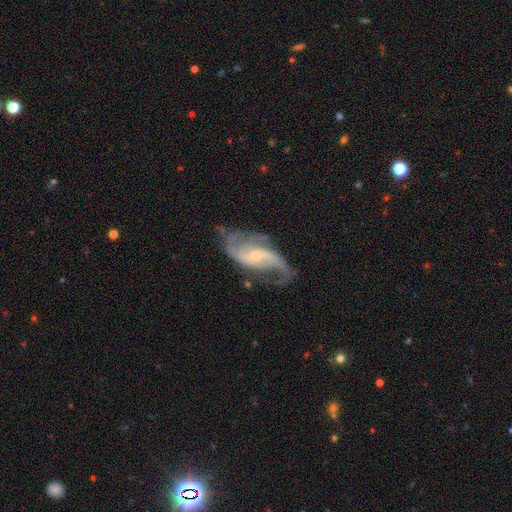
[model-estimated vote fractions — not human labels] smooth-or-featured: featured or disk: 89% | smooth: 5% | star or artifact: 5%
  disk-edge-on: no: 96% | yes: 4%
    bar: no: 40% | weak: 39% | strong: 20%
    has-spiral-arms: yes: 96% | no: 4%
      spiral-winding: medium: 48% | loose: 34% | tight: 18%
      spiral-arm-count: 2: 77% | 3: 8% | can't tell: 7% | 1: 3% | 4: 3% | more than 4: 2%
    bulge-size: small: 66% | moderate: 30% | large: 1% | none: 1% | dominant: 1%
  merging: none: 63% | minor disturbance: 21% | major disturbance: 14% | merger: 2%